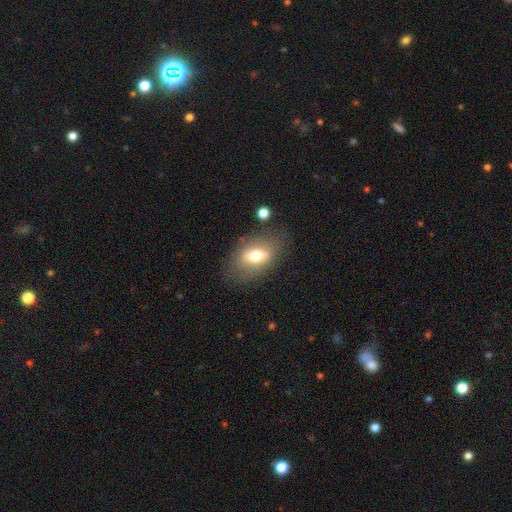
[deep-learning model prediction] A smooth galaxy with no disk features (60%) that is in between round and cigar-shaped (85%). Merging: none (74%).